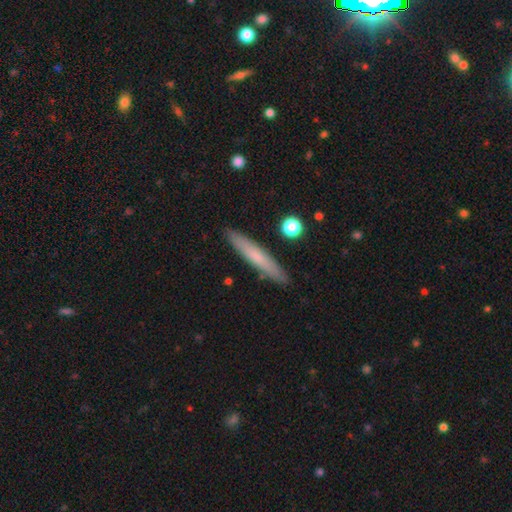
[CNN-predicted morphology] Overall: smooth (63%; featured or disk 31%). How rounded: cigar-shaped (94%). Merging: none (90%).